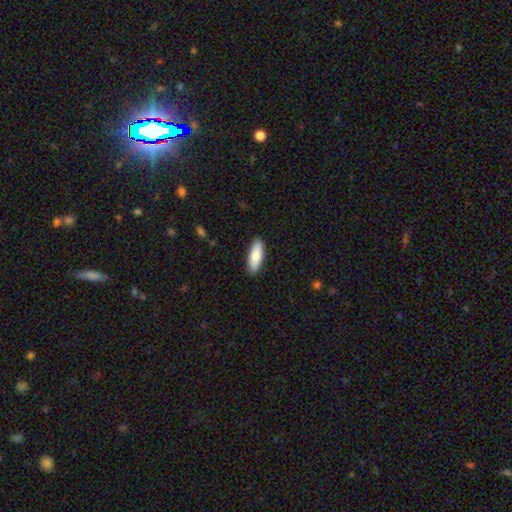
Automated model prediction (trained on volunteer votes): Smooth or featured? Predicted: smooth (p=0.81). How rounded? Predicted: in between (p=0.68). Merging? Predicted: none (p=0.90).